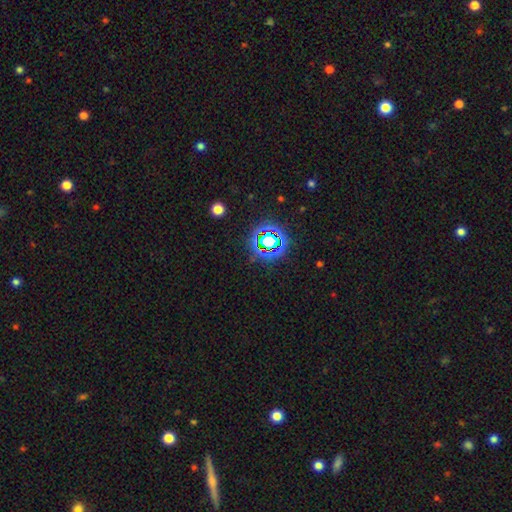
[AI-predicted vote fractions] This is likely a star or artifact rather than a galaxy (63%).